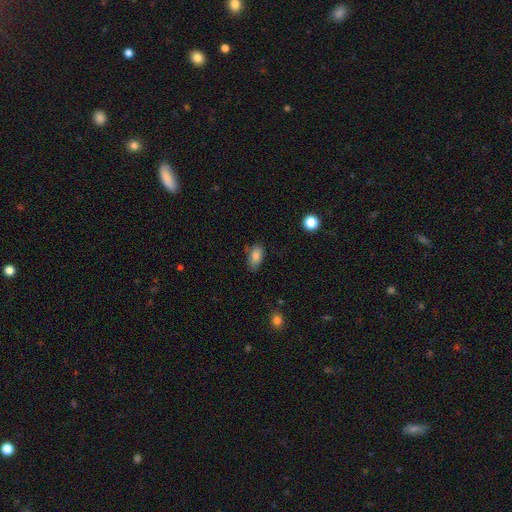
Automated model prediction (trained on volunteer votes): A smooth galaxy with no disk features (84%) that is in between round and cigar-shaped (91%).

Vote fractions:
- Smooth or featured? smooth: 84% / star or artifact: 8% / featured or disk: 8%
- How rounded? in between: 91% / round: 5% / cigar-shaped: 4%
- Merging? none: 72% / minor disturbance: 21% / major disturbance: 4% / merger: 2%